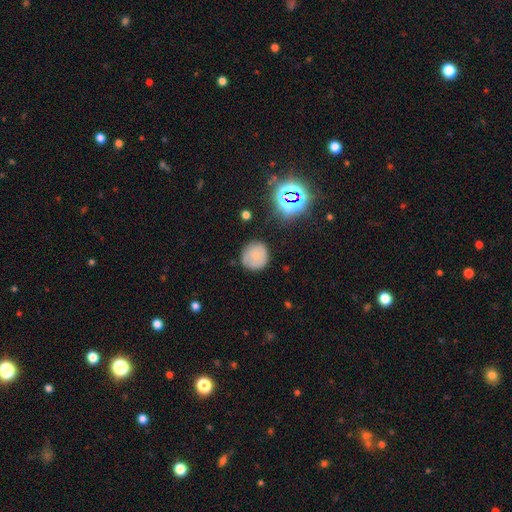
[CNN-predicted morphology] type=smooth (74%); roundness=round (92%); merging=none (80%).